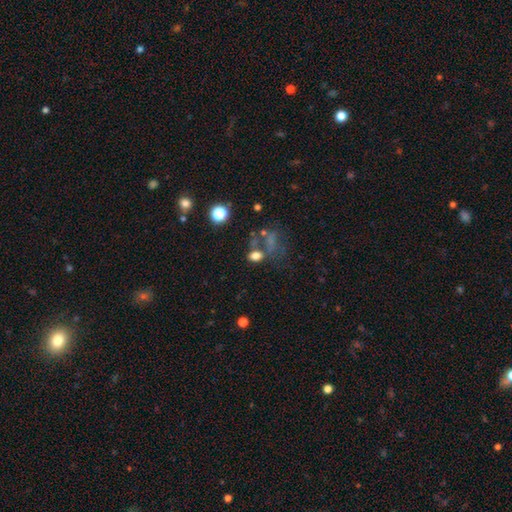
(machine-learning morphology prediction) Smooth or featured? Predicted: smooth (p=0.69). How rounded? Predicted: in between (p=0.74). Merging? Predicted: none (p=0.48).